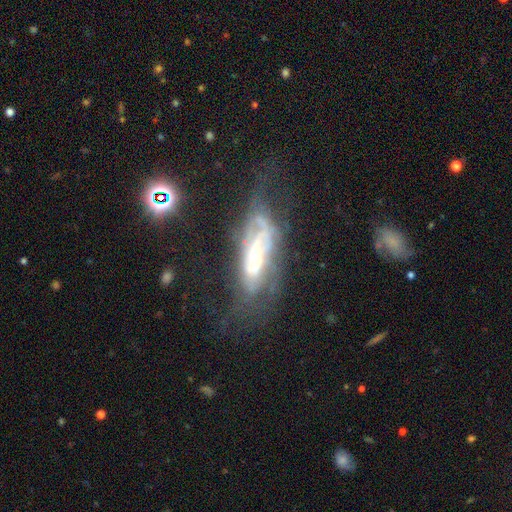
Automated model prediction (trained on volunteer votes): The model was most divided on "bulge size": small: 50%, moderate: 43%, large: 4%, none: 2%, dominant: 1%. Remaining: edge-on disk — no (83%); spiral arms — yes (77%); smooth or featured — featured or disk (77%); bar — no (59%); merging — none (45%).